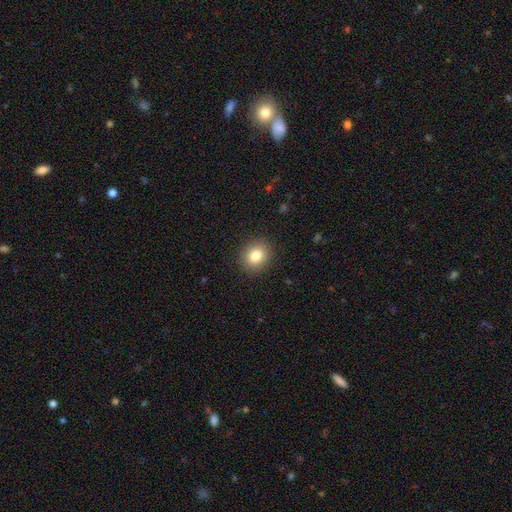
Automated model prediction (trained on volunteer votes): The model was most divided on "how rounded": round: 67%, in between: 32%, cigar-shaped: 1%. More confident: merging — none (90%); smooth or featured — smooth (83%).